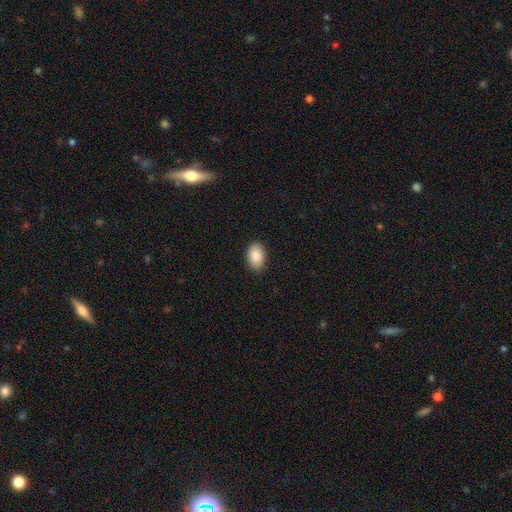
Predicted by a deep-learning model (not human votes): The model was most divided on "how rounded": in between: 87%, round: 11%, cigar-shaped: 1%. More confident: merging — none (88%); smooth or featured — smooth (85%).